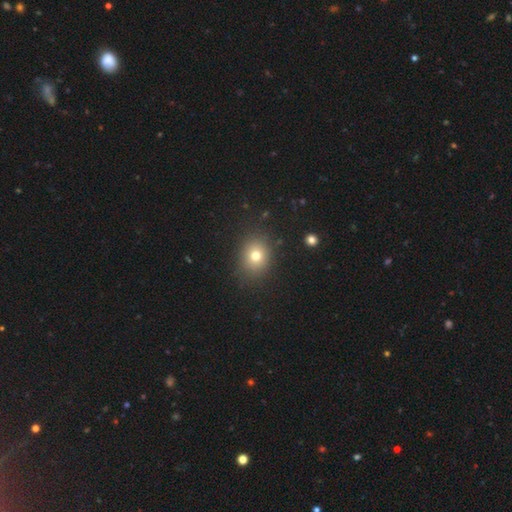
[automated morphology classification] Smooth or featured: smooth — 74% (star or artifact — 15%)
How rounded: round — 63% (in between — 37%)
Merging: none — 85% (minor disturbance — 10%)